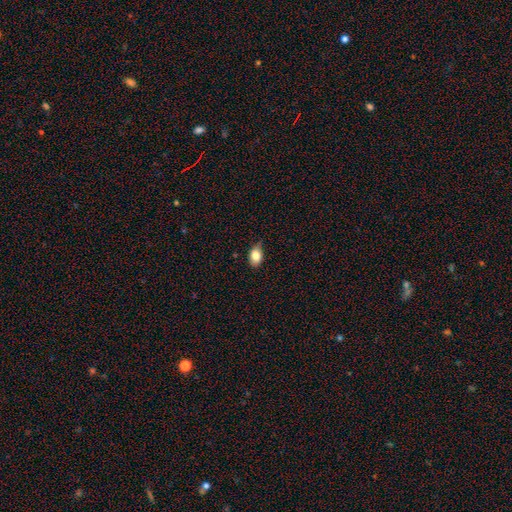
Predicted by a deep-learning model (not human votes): Smooth or featured? Predicted: smooth (p=0.81). How rounded? Predicted: in between (p=0.82). Merging? Predicted: none (p=0.63).